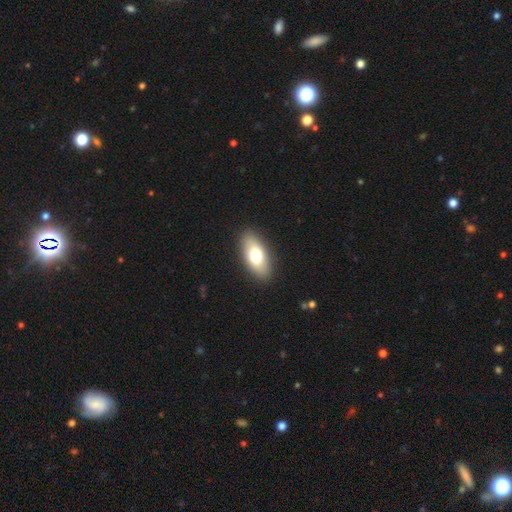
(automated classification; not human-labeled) The model was most divided on "smooth or featured": smooth: 72%, featured or disk: 22%, star or artifact: 6%. More confident: merging — none (89%); how rounded — in between (86%).